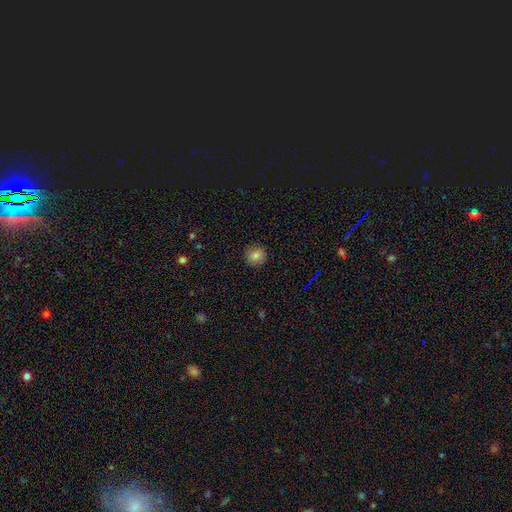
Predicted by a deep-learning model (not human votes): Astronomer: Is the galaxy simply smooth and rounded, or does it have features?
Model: smooth — 81%.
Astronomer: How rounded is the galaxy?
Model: round — 90%.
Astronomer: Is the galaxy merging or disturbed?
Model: none — 87%.